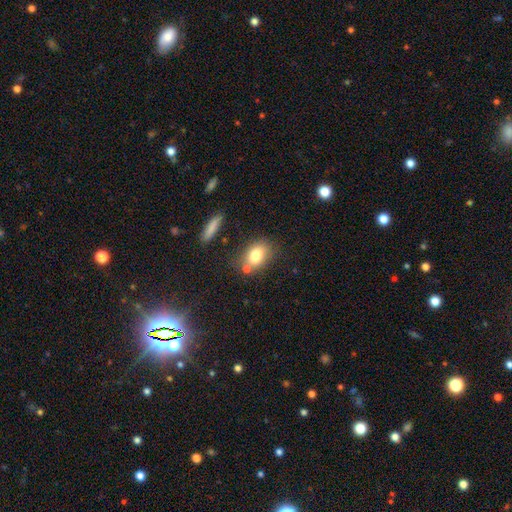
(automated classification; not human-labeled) smooth-or-featured: smooth: 79% | featured or disk: 12% | star or artifact: 9%
  how-rounded: in between: 73% | round: 25% | cigar-shaped: 2%
  merging: none: 65% | minor disturbance: 16% | merger: 15% | major disturbance: 5%